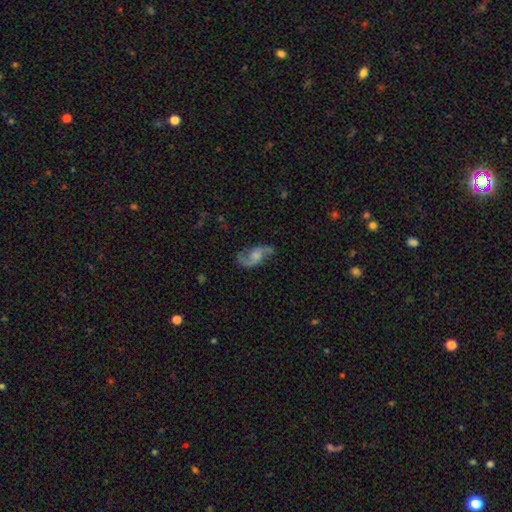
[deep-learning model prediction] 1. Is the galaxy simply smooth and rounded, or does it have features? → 81% featured or disk, 13% smooth, 6% star or artifact.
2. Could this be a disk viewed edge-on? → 96% no, 4% yes.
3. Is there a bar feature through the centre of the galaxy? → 59% no, 34% weak, 6% strong.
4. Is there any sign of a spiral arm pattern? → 95% yes, 5% no.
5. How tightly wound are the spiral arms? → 67% loose, 27% medium, 6% tight.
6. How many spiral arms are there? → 91% 2, 3% 1, 3% can't tell, 1% 3, 1% 4, 1% more than 4.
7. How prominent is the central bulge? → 37% moderate, 32% small, 19% none, 9% large, 2% dominant.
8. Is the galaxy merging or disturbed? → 72% none, 17% minor disturbance, 9% major disturbance, 2% merger.